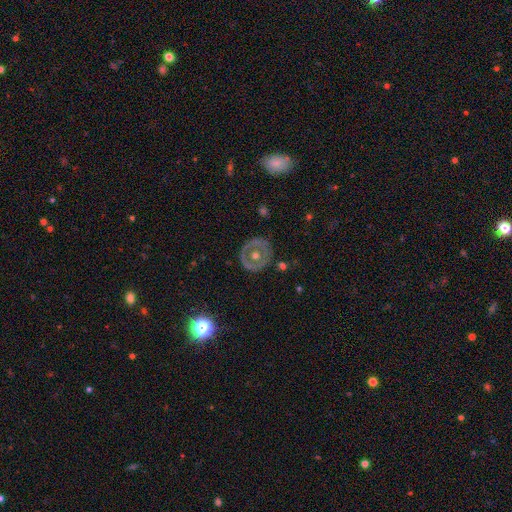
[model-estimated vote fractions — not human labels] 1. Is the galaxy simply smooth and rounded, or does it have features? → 58% featured or disk, 34% smooth, 8% star or artifact.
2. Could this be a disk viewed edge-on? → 94% no, 6% yes.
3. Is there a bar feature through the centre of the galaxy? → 89% no, 8% weak, 4% strong.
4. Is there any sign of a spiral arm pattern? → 91% no, 9% yes.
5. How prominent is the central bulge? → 76% moderate, 15% small, 6% large, 2% none, 1% dominant.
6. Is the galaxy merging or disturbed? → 81% none, 13% minor disturbance, 5% major disturbance, 2% merger.